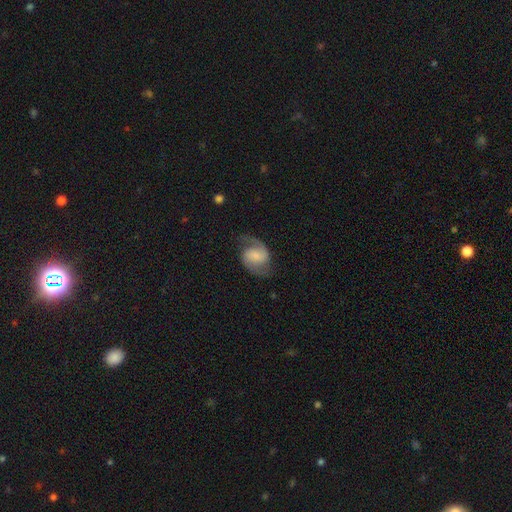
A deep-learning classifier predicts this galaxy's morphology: This is likely a featured or disk galaxy (80%). It is clearly not viewed edge-on (98%). Bar: marginally no (43%). Spiral arm pattern: clearly yes (96%). Spiral arm count: clearly 2 (92%). Spiral winding: possibly medium (51%). Central bulge: marginally small (36%). Merging: likely none (75%).